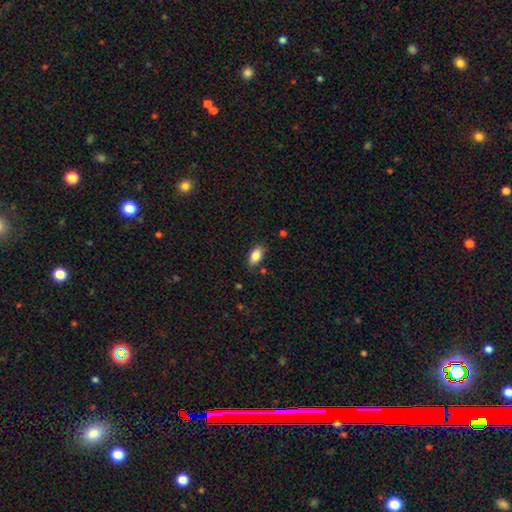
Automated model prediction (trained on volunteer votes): Smooth or featured: smooth — 86% (star or artifact — 7%)
How rounded: in between — 91% (cigar-shaped — 5%)
Merging: none — 81% (minor disturbance — 14%)